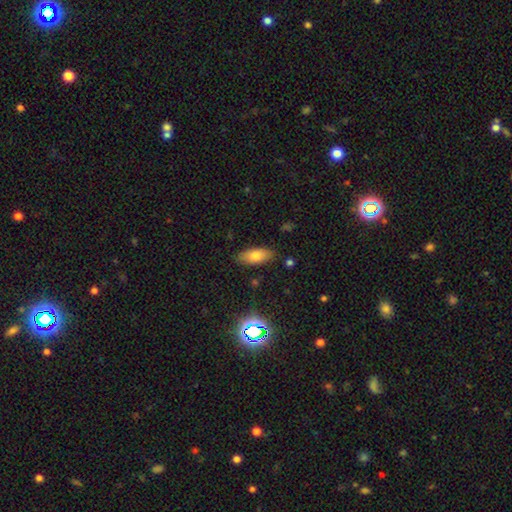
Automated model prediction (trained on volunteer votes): A smooth galaxy with no disk features (77%) that is in between round and cigar-shaped (83%).

Vote fractions:
- Smooth or featured? smooth: 77% / featured or disk: 12% / star or artifact: 10%
- How rounded? in between: 83% / cigar-shaped: 14% / round: 3%
- Merging? none: 84% / minor disturbance: 11% / major disturbance: 3% / merger: 2%